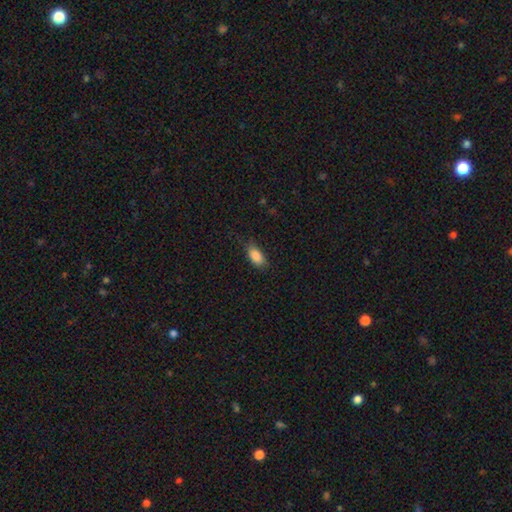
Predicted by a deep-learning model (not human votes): This is clearly a smooth galaxy (88%). How rounded: clearly in between (89%). Merging: likely none (75%).